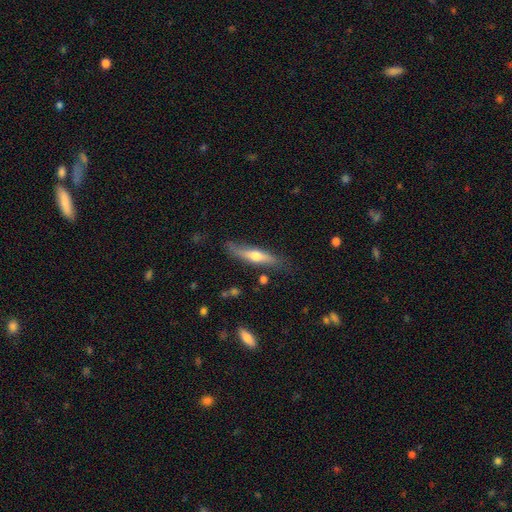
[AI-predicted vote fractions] Smooth or featured?
  - featured or disk: 50% *
  - smooth: 45%
  - star or artifact: 6%
Merging?
  - none: 73% *
  - minor disturbance: 20%
  - major disturbance: 5%
  - merger: 3%